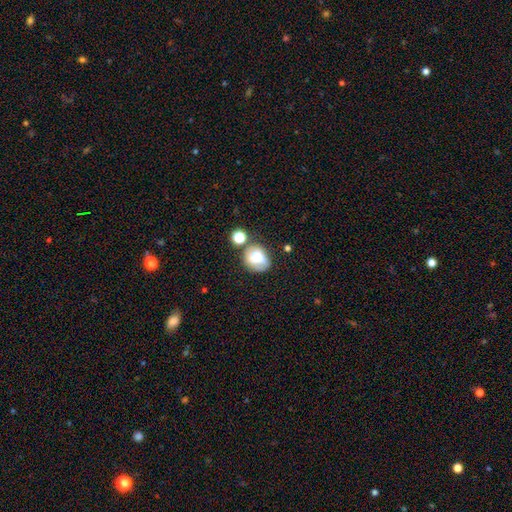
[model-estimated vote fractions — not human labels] Overall: smooth (60%; featured or disk 28%). How rounded: round (58%; in between 41%). Merging: none (47%; merger 22%).